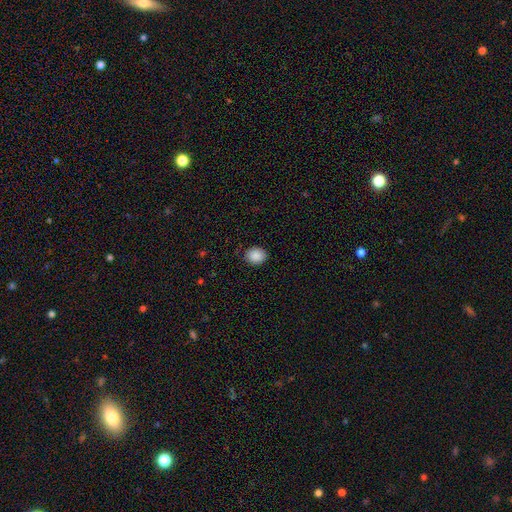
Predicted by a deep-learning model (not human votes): A smooth galaxy with no disk features (89%) that is round (65%).

Vote fractions:
- Smooth or featured? smooth: 89% / star or artifact: 8% / featured or disk: 3%
- How rounded? round: 65% / in between: 34% / cigar-shaped: 1%
- Merging? none: 87% / minor disturbance: 10% / major disturbance: 2% / merger: 1%